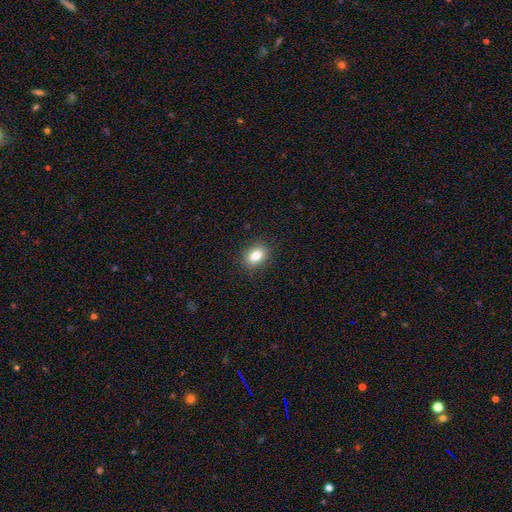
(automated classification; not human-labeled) Overall: smooth (83%). How rounded: in between (70%). Merging: none (88%).